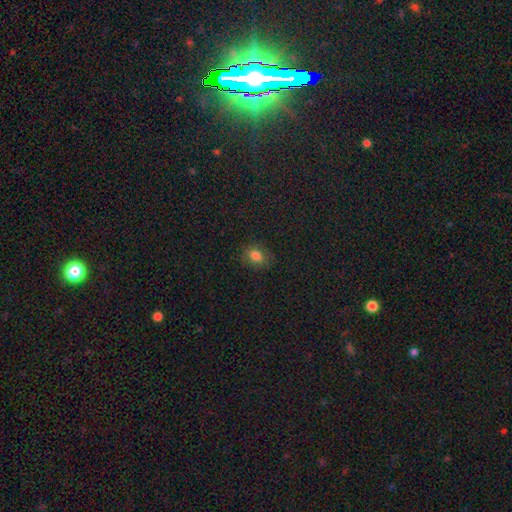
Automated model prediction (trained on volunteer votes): Q: Smooth or featured?
A: smooth (79%); runner-up: star or artifact (14%)
Q: How rounded?
A: in between (69%); runner-up: round (30%)
Q: Merging?
A: none (82%); runner-up: minor disturbance (13%)